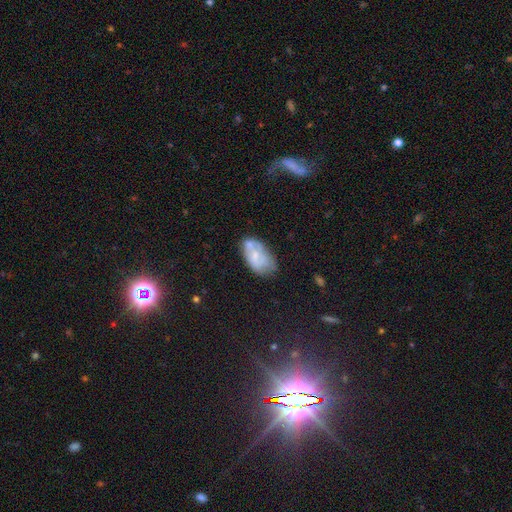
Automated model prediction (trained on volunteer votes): Q: Smooth or featured?
A: smooth (53%); runner-up: featured or disk (38%)
Q: How rounded?
A: in between (93%); runner-up: round (4%)
Q: Merging?
A: none (45%); runner-up: minor disturbance (27%)